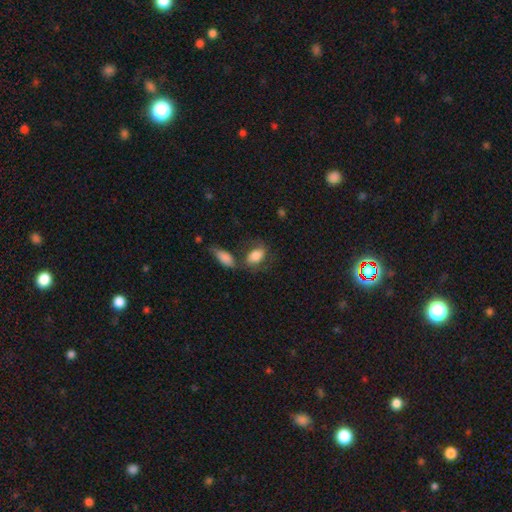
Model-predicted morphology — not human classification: smooth 71%, featured or disk 22%, star or artifact 7%. Down the decision tree: how rounded — in between (86%); merging — none (48%).